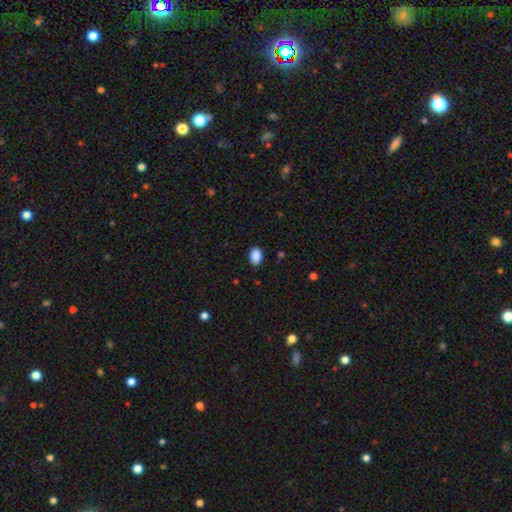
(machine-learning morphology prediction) smooth 89%, star or artifact 8%, featured or disk 3%. Down the decision tree: how rounded — in between (87%); merging — none (85%).